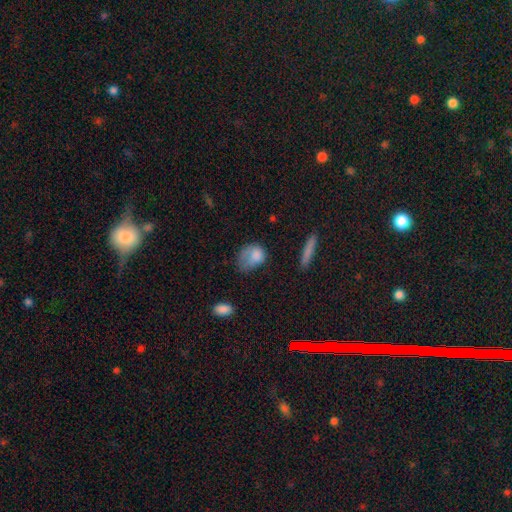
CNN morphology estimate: type=smooth (75%); roundness=in between (63%); merging=major disturbance (36%).